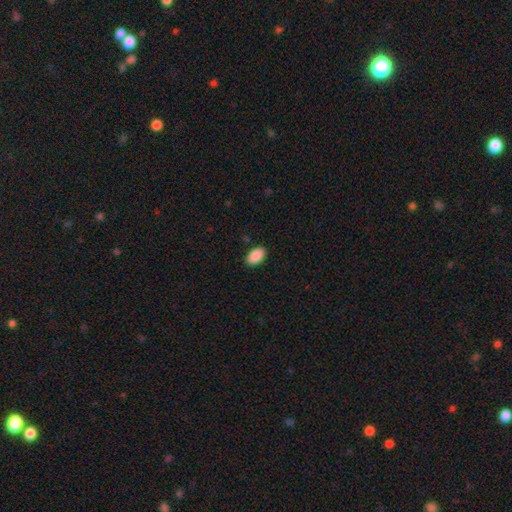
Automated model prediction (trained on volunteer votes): This appears to be a smooth galaxy with no disk features (90%) that is in between round and cigar-shaped (93%). Merging: none (87%).